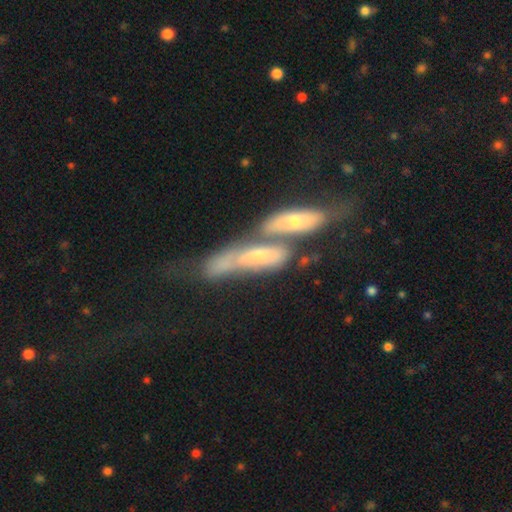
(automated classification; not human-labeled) Smooth or featured: featured or disk — 53% (smooth — 39%)
Edge-on disk: no — 60% (yes — 40%)
Merging: merger — 67% (none — 15%)